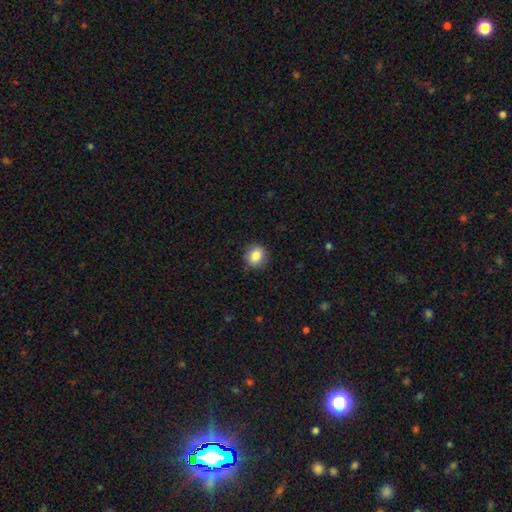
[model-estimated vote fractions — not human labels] Morphology: type=smooth (85%); roundness=round (82%); merging=none (88%).